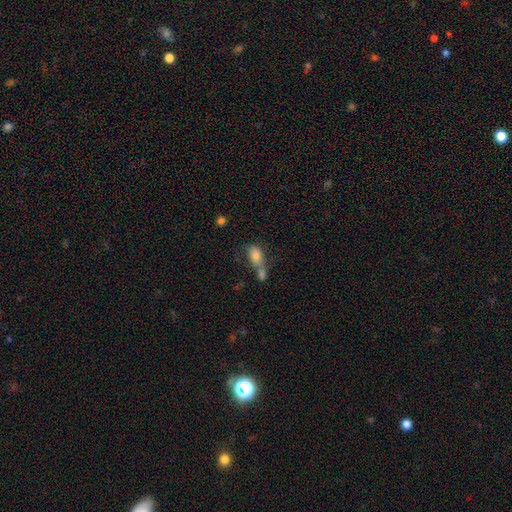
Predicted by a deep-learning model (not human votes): Overall: smooth (77%). How rounded: in between (86%). Merging: merger (51%; none 29%).